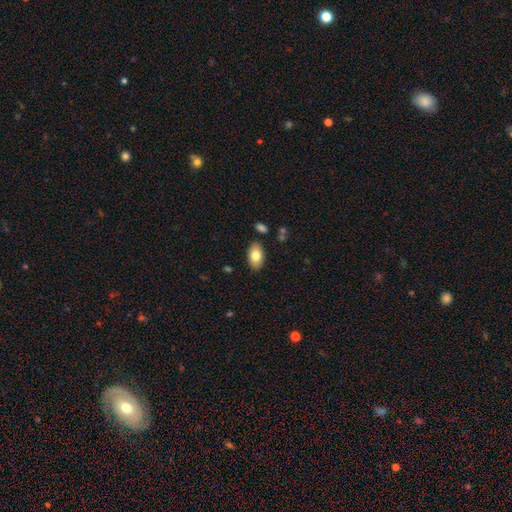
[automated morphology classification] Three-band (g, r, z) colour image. It shows a smooth galaxy with no disk features (80%) that is in between round and cigar-shaped (92%). Merging: none (86%).